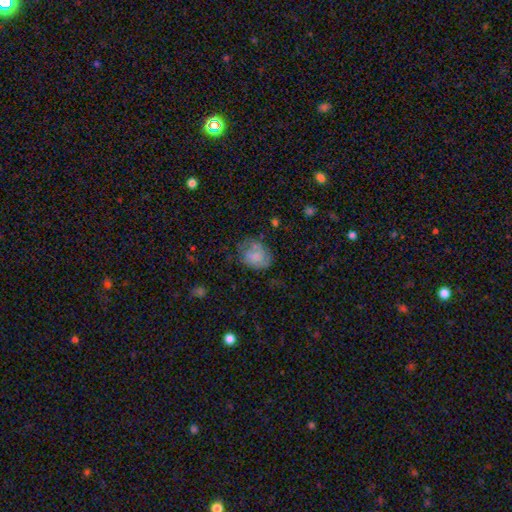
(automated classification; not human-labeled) Smooth or featured?
  - smooth: 63% *
  - featured or disk: 28%
  - star or artifact: 9%
How rounded?
  - in between: 51% *
  - round: 48%
  - cigar-shaped: 1%
Merging?
  - none: 51% *
  - minor disturbance: 29%
  - major disturbance: 18%
  - merger: 3%